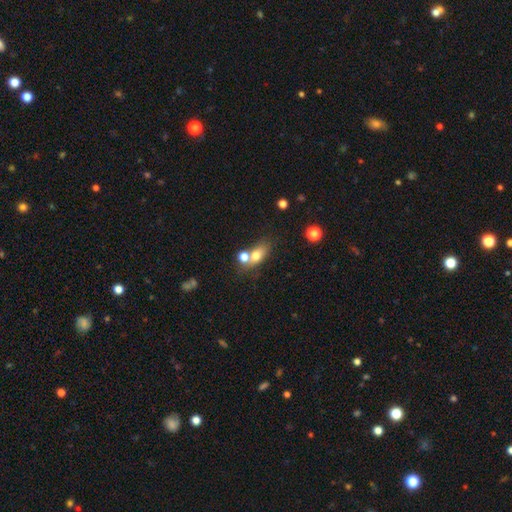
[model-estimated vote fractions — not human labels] The model was most divided on "merging": none: 45%, merger: 37%, minor disturbance: 12%, major disturbance: 6%. More confident: smooth or featured — smooth (71%); how rounded — in between (69%).